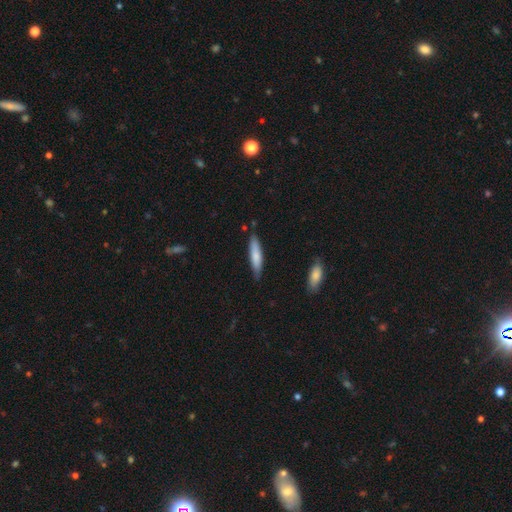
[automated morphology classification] Smooth or featured? smooth (76%)
How rounded? cigar-shaped (81%)
Merging? none (81%)